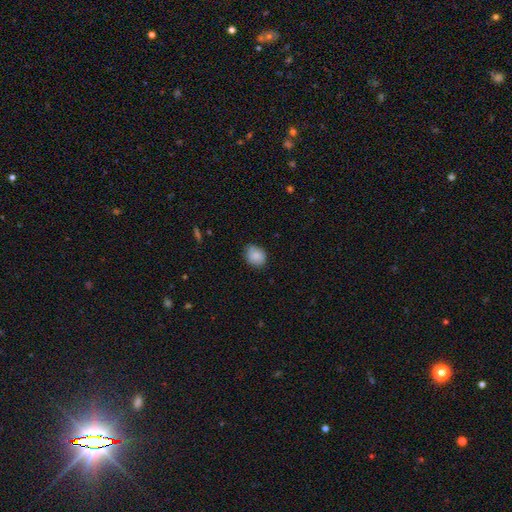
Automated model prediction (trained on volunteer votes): smooth 83%, featured or disk 10%, star or artifact 8%. Down the decision tree: how rounded — round (59%); merging — none (79%).